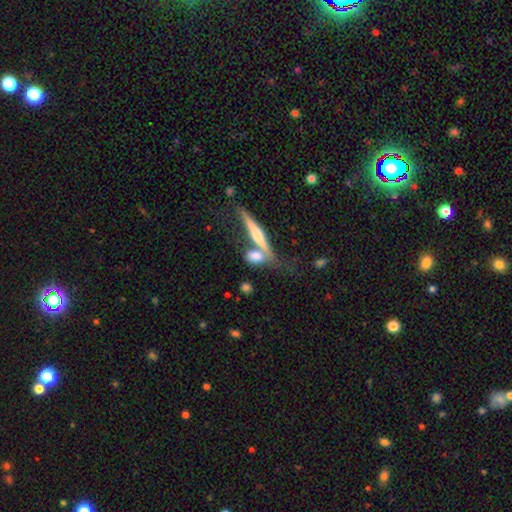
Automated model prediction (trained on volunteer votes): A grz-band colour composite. It shows a smooth galaxy with no disk features (62%) that is in between round and cigar-shaped (52%). Merging: none (45%).